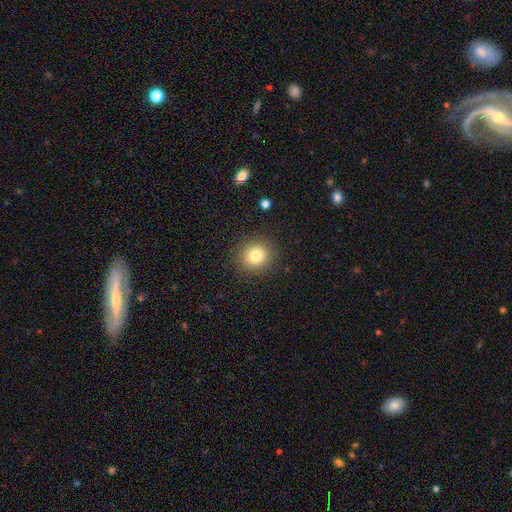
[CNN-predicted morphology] smooth_or_featured: smooth (p=0.80) [alt: star or artifact p=0.12]
how_rounded: round (p=0.90) [alt: in between p=0.09]
merging: none (p=0.89) [alt: minor disturbance p=0.07]